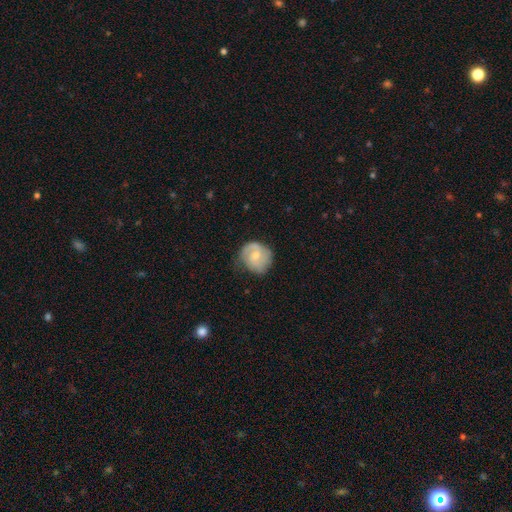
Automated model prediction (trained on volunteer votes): Q: Smooth or featured?
A: featured or disk (51%); runner-up: smooth (42%)
Q: Edge-on disk?
A: no (98%); runner-up: yes (2%)
Q: Bar?
A: no (65%); runner-up: weak (30%)
Q: Spiral arms?
A: yes (83%); runner-up: no (17%)
Q: Bulge size?
A: small (48%); runner-up: moderate (43%)
Q: Merging?
A: none (61%); runner-up: minor disturbance (28%)